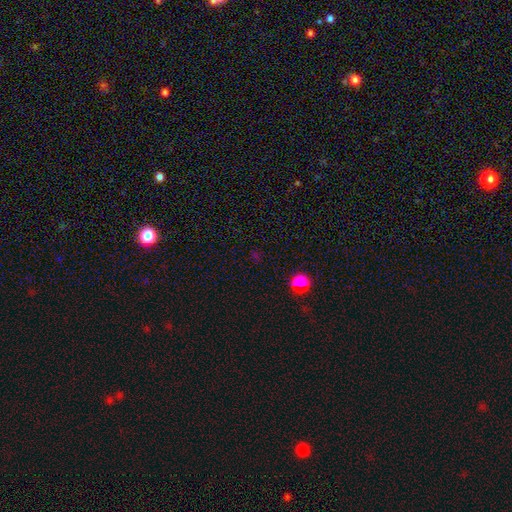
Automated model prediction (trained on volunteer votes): smooth_or_featured: star or artifact (p=0.59) [alt: smooth p=0.34]